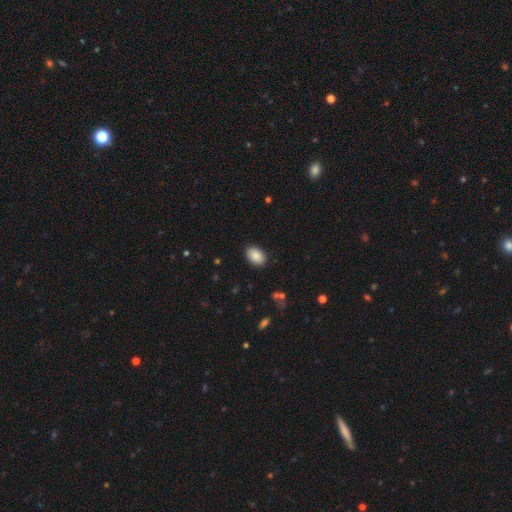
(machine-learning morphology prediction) A smooth galaxy with no disk features (88%) that is in between round and cigar-shaped (88%). Merging: none (88%).